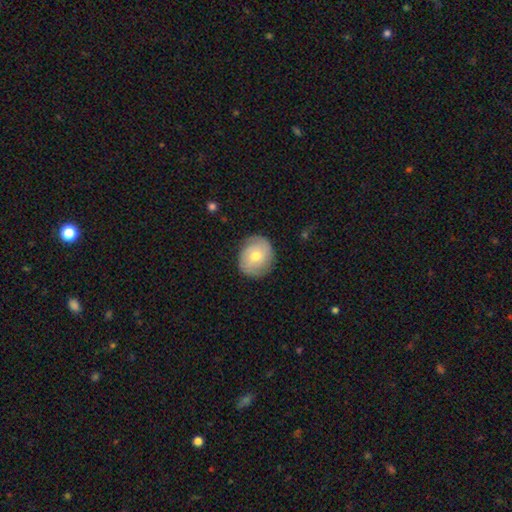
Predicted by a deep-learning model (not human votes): The model was most divided on "smooth or featured": smooth: 47%, featured or disk: 46%, star or artifact: 7%. More confident: merging — none (83%).